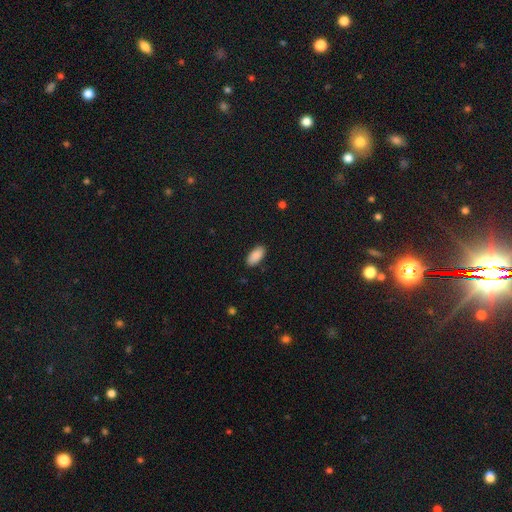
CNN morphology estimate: type=smooth (90%); roundness=in between (93%); merging=none (88%).